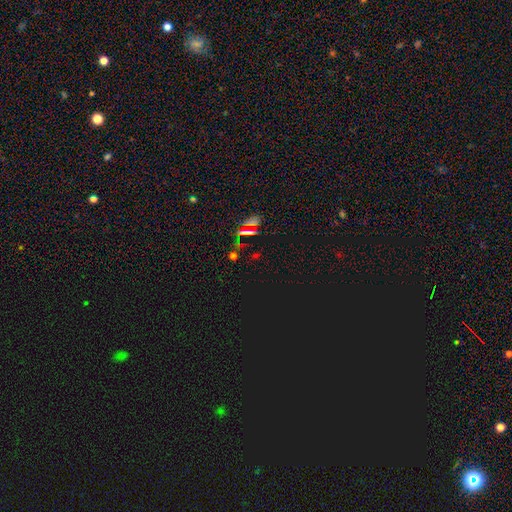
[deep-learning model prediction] Smooth or featured?
  - star or artifact: 67% *
  - smooth: 23%
  - featured or disk: 9%